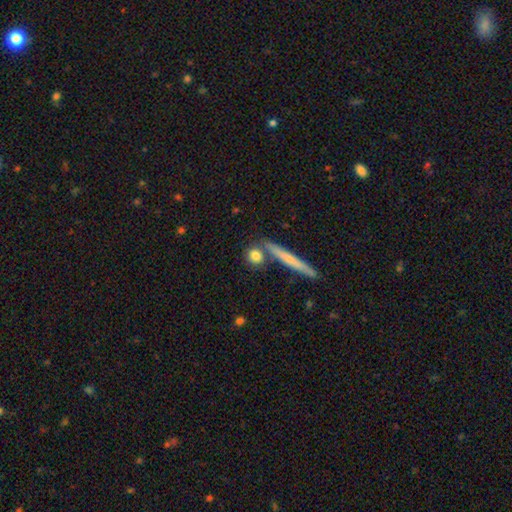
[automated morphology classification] type=smooth (79%); roundness=round (70%); merging=none (74%).